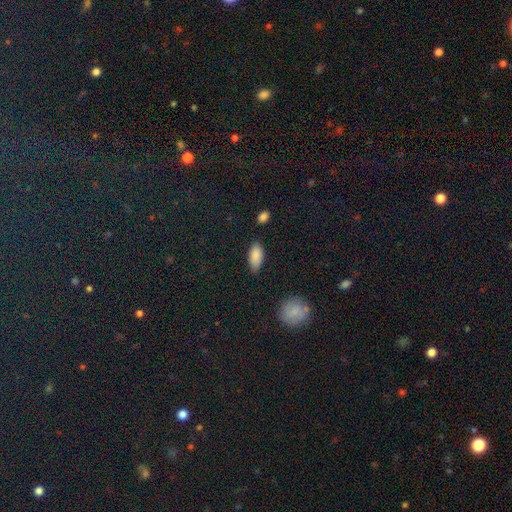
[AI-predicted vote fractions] Smooth or featured?
  - smooth: 87% *
  - star or artifact: 7%
  - featured or disk: 6%
How rounded?
  - in between: 90% *
  - cigar-shaped: 7%
  - round: 2%
Merging?
  - none: 77% *
  - minor disturbance: 18%
  - major disturbance: 3%
  - merger: 2%